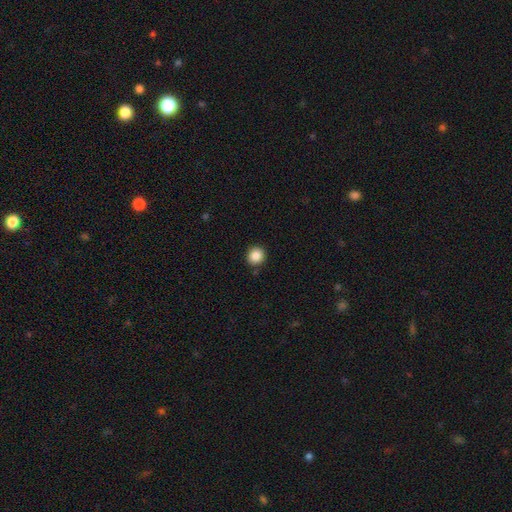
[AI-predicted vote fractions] Smooth or featured? Predicted: smooth (p=0.86). How rounded? Predicted: round (p=0.93). Merging? Predicted: none (p=0.89).